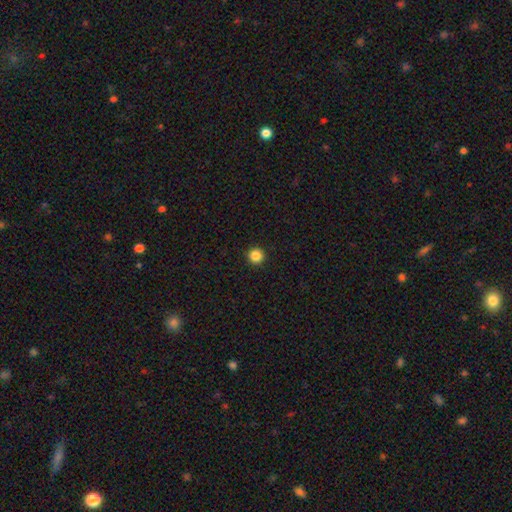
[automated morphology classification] A smooth galaxy with no disk features (86%) that is round (97%). Merging: none (94%).